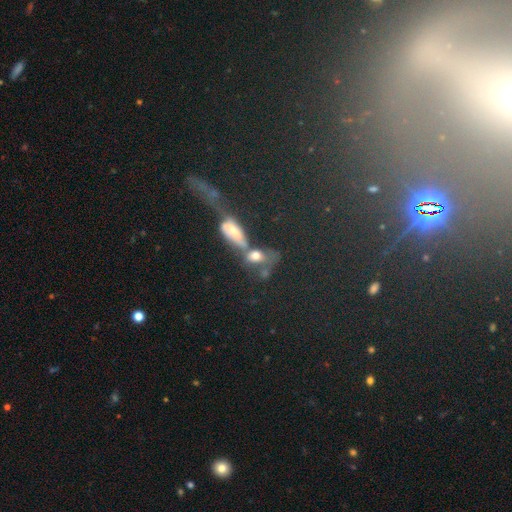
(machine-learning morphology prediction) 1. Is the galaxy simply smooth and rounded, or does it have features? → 60% smooth, 22% featured or disk, 18% star or artifact.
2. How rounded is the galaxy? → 76% in between, 15% round, 9% cigar-shaped.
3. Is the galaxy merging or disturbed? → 51% merger, 25% none, 12% minor disturbance, 12% major disturbance.